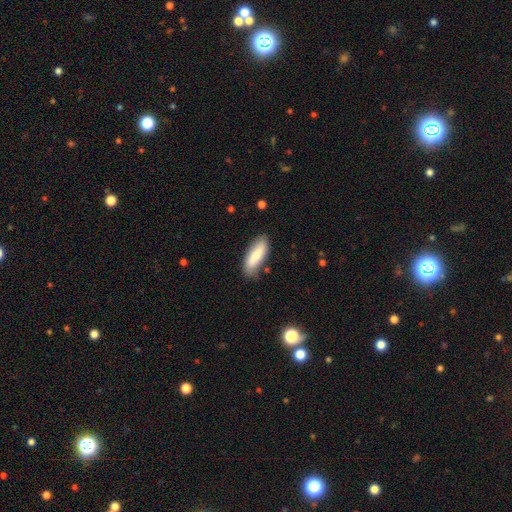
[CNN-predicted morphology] smooth_or_featured: smooth (p=0.79) [alt: featured or disk p=0.16]
how_rounded: in between (p=0.65) [alt: cigar-shaped p=0.33]
merging: none (p=0.76) [alt: minor disturbance p=0.18]